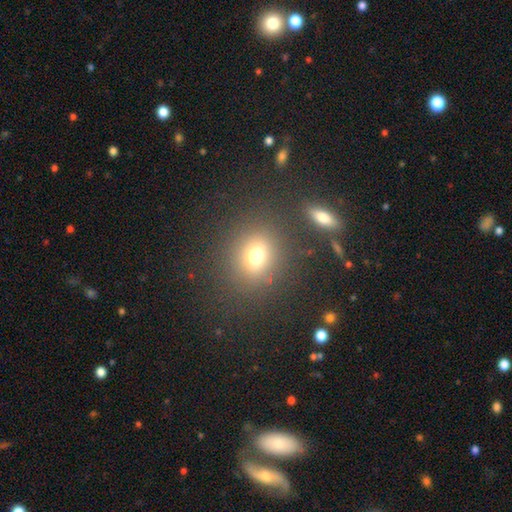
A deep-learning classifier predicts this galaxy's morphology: Smooth or featured?
  - smooth: 72% *
  - star or artifact: 17%
  - featured or disk: 11%
How rounded?
  - round: 67% *
  - in between: 31%
  - cigar-shaped: 1%
Merging?
  - none: 81% *
  - minor disturbance: 9%
  - major disturbance: 5%
  - merger: 5%